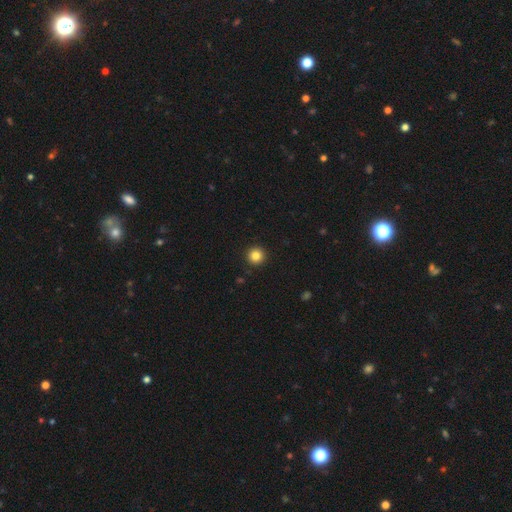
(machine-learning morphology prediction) Q: Smooth or featured?
A: smooth (84%); runner-up: star or artifact (11%)
Q: How rounded?
A: round (96%); runner-up: in between (3%)
Q: Merging?
A: none (93%); runner-up: minor disturbance (4%)